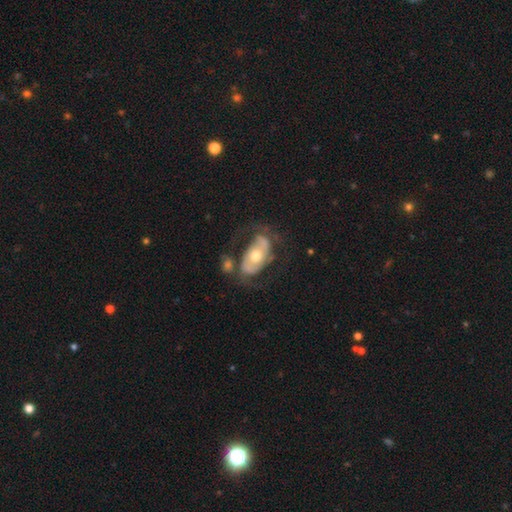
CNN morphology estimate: A featured or disk galaxy (65%) with no bar (62%), spiral arms (61%) and a moderate central bulge (73%).

Vote fractions:
- Smooth or featured? featured or disk: 65% / smooth: 29% / star or artifact: 6%
- Edge-on disk? no: 92% / yes: 8%
- Bar? no: 62% / weak: 23% / strong: 15%
- Spiral arms? yes: 61% / no: 39%
- Bulge size? moderate: 73% / small: 16% / large: 8% / dominant: 1% / none: 1%
- Merging? none: 52% / minor disturbance: 19% / major disturbance: 18% / merger: 11%